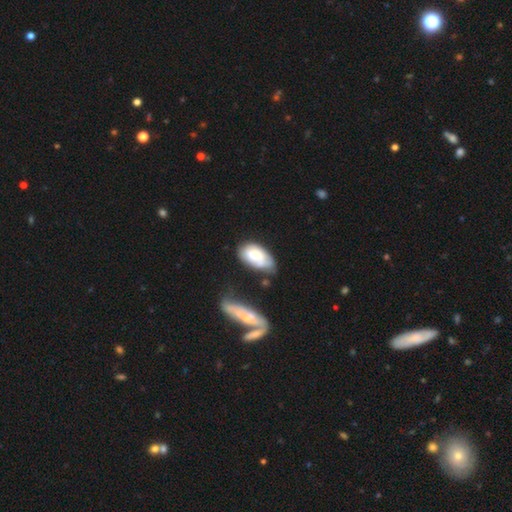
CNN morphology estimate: This appears to be a smooth galaxy with no disk features (67%) that is in between round and cigar-shaped (93%). Merging: none (44%).